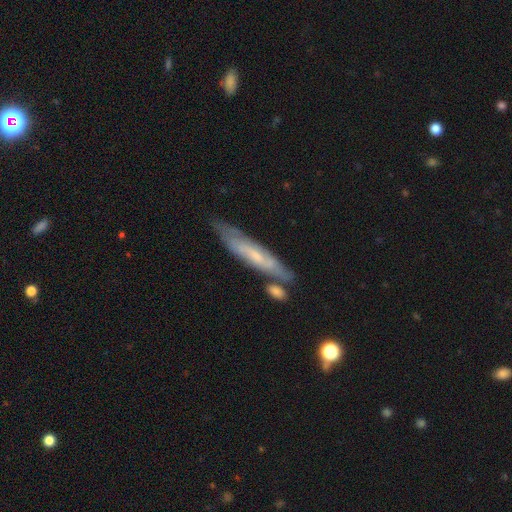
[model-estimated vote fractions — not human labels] Morphology: type=featured or disk (58%); edge-on=yes (57%); merging=none (63%).